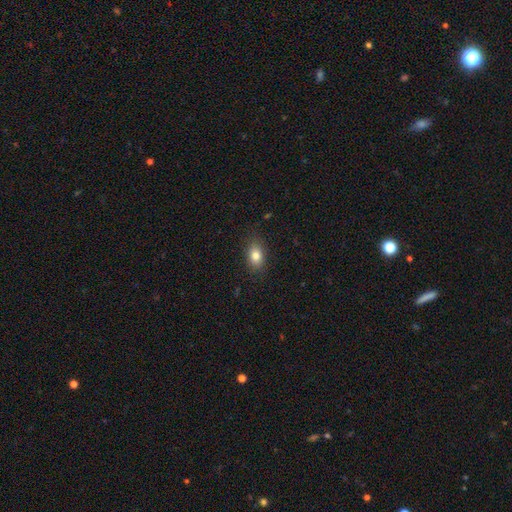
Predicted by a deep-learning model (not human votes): smooth_or_featured: smooth (p=0.80) [alt: featured or disk p=0.10]
how_rounded: in between (p=0.81) [alt: round p=0.16]
merging: none (p=0.85) [alt: minor disturbance p=0.12]